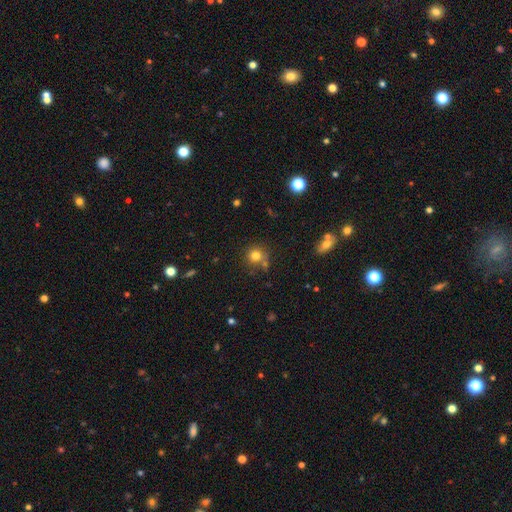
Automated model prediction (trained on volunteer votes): smooth 78%, star or artifact 14%, featured or disk 8%. Down the decision tree: how rounded — round (91%); merging — none (71%).